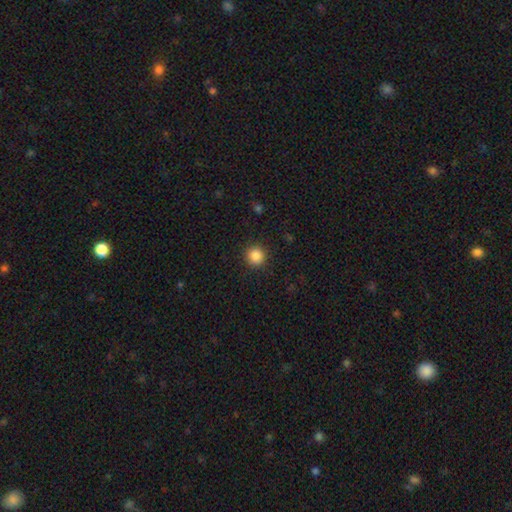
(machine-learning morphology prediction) This appears to be a smooth galaxy with no disk features (87%) that is round (94%). Merging: none (91%).